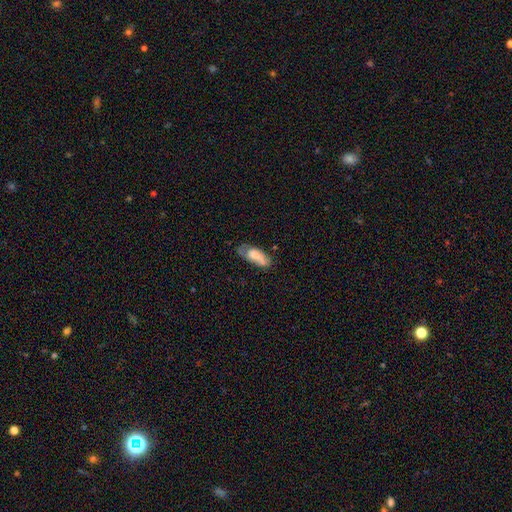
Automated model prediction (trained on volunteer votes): smooth-or-featured: smooth: 65% | featured or disk: 28% | star or artifact: 8%
  how-rounded: in between: 78% | cigar-shaped: 20% | round: 3%
  merging: none: 44% | minor disturbance: 32% | major disturbance: 20% | merger: 5%